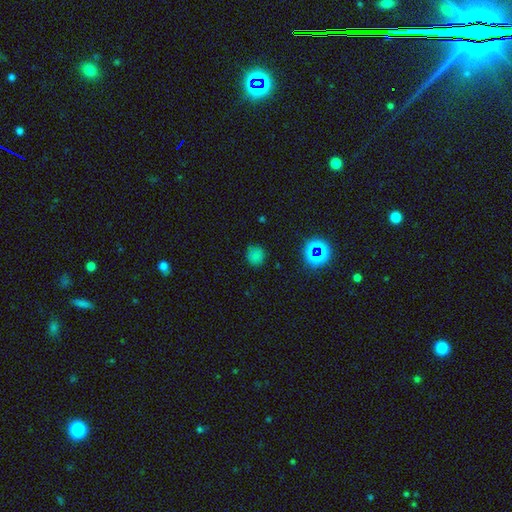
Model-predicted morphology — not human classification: smooth-or-featured: smooth: 71% | star or artifact: 25% | featured or disk: 5%
  how-rounded: round: 89% | in between: 10% | cigar-shaped: 1%
  merging: none: 83% | minor disturbance: 12% | major disturbance: 3% | merger: 2%